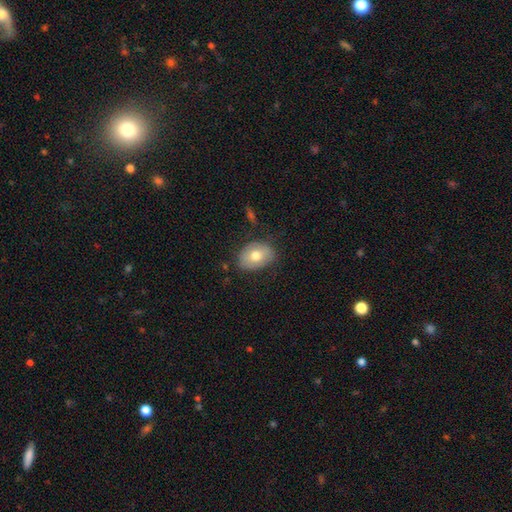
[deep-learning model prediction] smooth 71%, featured or disk 22%, star or artifact 7%. Down the decision tree: how rounded — in between (76%); merging — none (77%).